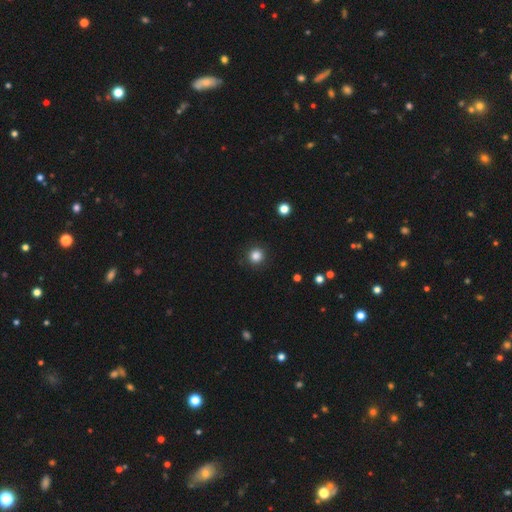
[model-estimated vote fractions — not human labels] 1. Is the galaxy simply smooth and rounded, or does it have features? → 84% smooth, 12% star or artifact, 4% featured or disk.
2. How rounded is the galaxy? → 93% round, 6% in between, 1% cigar-shaped.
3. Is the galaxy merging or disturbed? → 91% none, 6% minor disturbance, 2% major disturbance, 1% merger.